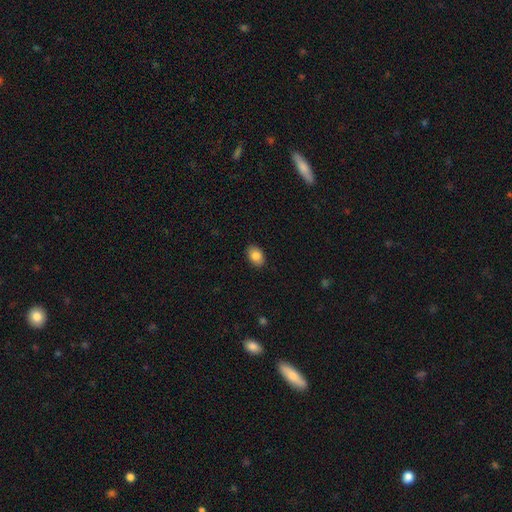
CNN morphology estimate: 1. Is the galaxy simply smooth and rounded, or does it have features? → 85% smooth, 8% star or artifact, 7% featured or disk.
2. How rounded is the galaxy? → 83% in between, 16% round, 1% cigar-shaped.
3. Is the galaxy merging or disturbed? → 89% none, 8% minor disturbance, 2% major disturbance, 1% merger.